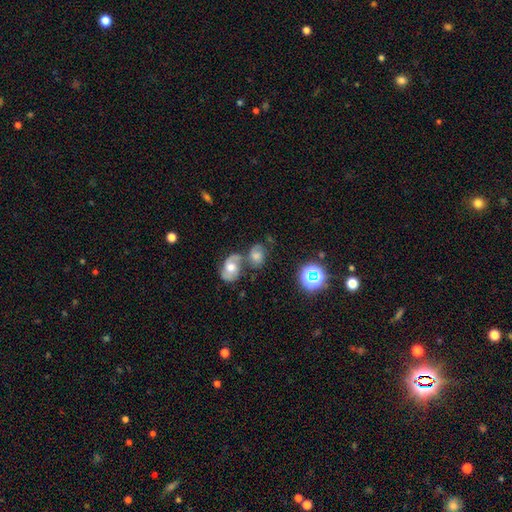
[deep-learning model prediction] The model was most divided on "smooth or featured": featured or disk: 45%, smooth: 34%, star or artifact: 21%. Remaining: merging — none (46%).